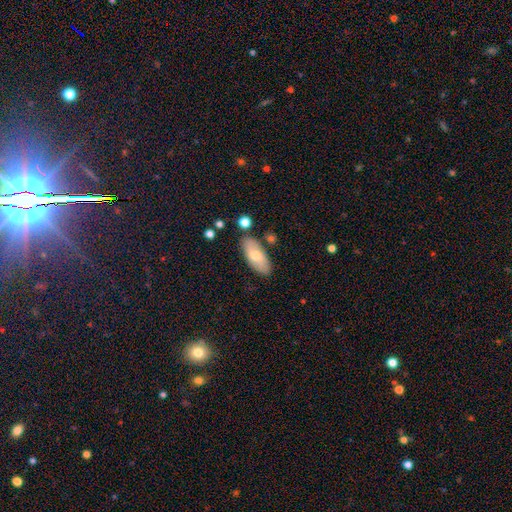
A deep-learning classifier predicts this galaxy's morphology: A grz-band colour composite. It shows a smooth galaxy with no disk features (68%) that is in between round and cigar-shaped (86%). Merging: none (81%).